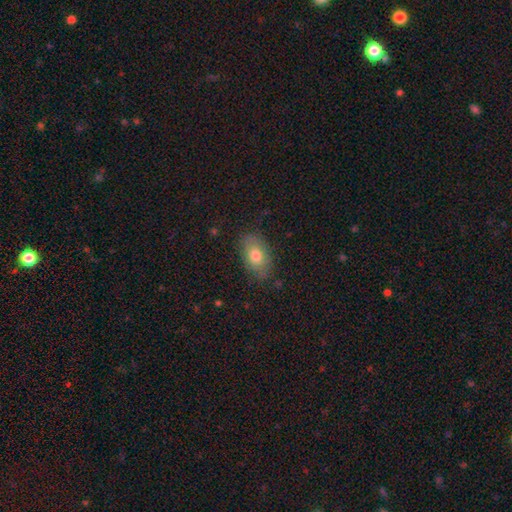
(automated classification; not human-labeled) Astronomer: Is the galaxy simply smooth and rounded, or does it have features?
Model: smooth — 76%.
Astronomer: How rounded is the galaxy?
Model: in between — 89%.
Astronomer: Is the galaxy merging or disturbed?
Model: none — 80%.